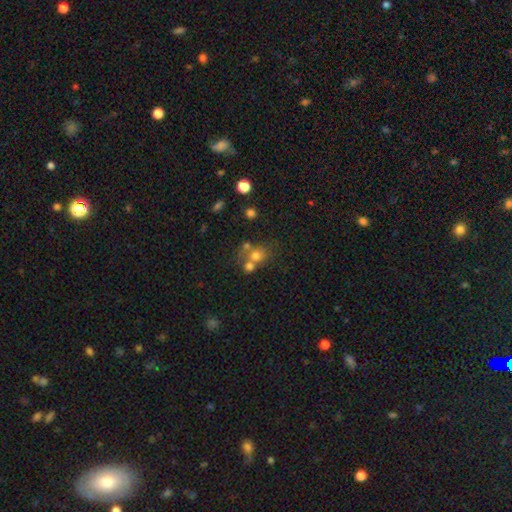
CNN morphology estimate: type=smooth (67%); roundness=round (74%); merging=merger (44%).